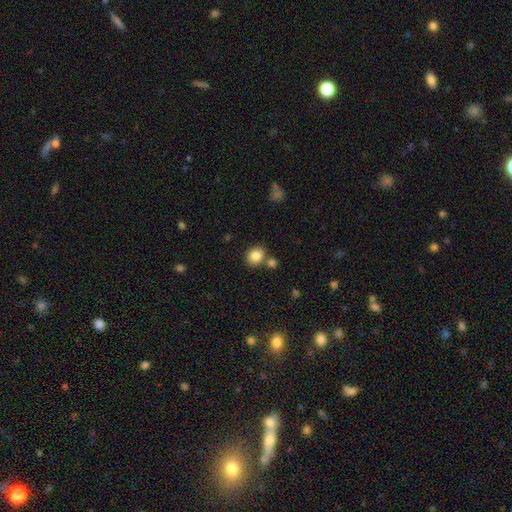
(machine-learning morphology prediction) Q: Smooth or featured?
A: smooth (85%); runner-up: star or artifact (10%)
Q: How rounded?
A: round (69%); runner-up: in between (30%)
Q: Merging?
A: none (69%); runner-up: merger (17%)